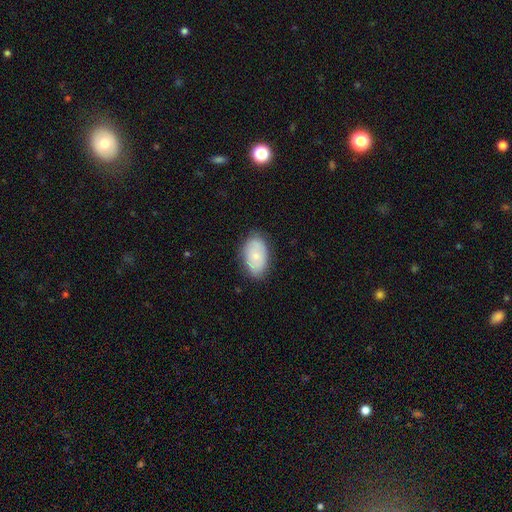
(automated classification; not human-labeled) Overall: smooth (71%). How rounded: in between (93%). Merging: none (79%).